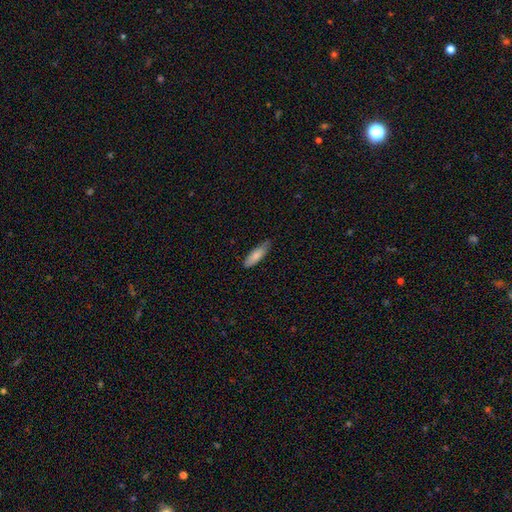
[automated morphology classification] The model was most divided on "how rounded": in between: 52%, cigar-shaped: 47%, round: 2%. More confident: smooth or featured — smooth (82%); merging — none (71%).